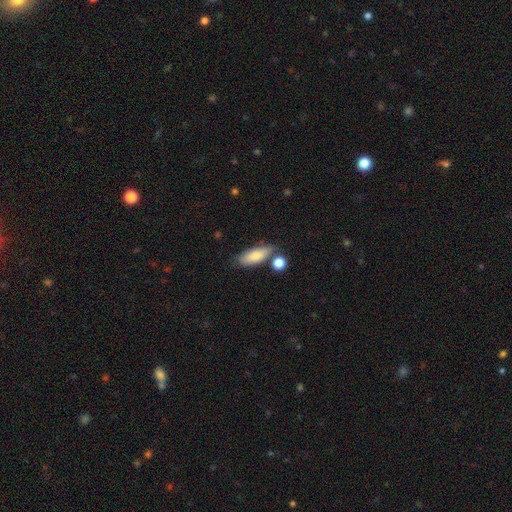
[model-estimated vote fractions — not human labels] Smooth or featured: smooth — 78% (featured or disk — 15%)
How rounded: in between — 74% (cigar-shaped — 23%)
Merging: none — 65% (minor disturbance — 18%)